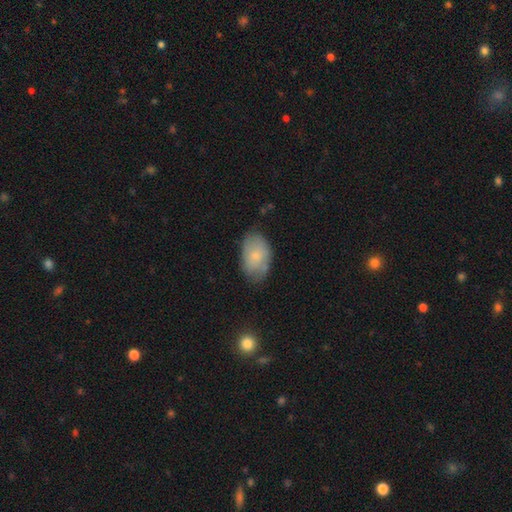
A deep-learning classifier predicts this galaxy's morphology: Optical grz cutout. It shows a smooth galaxy with no disk features (71%) that is in between round and cigar-shaped (89%). Merging: none (62%).